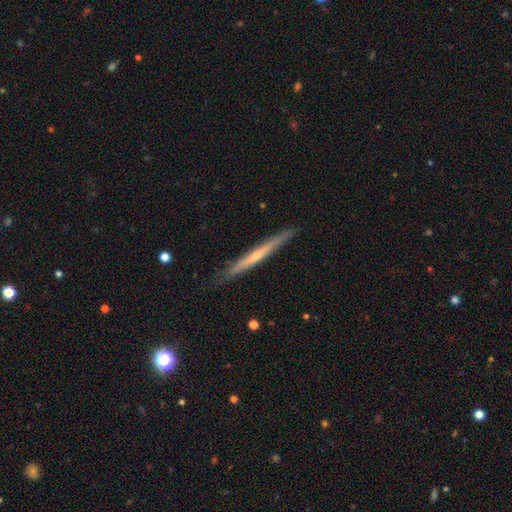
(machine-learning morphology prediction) This is likely a featured or disk galaxy (60%). It is clearly viewed edge-on (96%). Edge-on bulge: possibly none (58%). Merging: clearly none (89%).